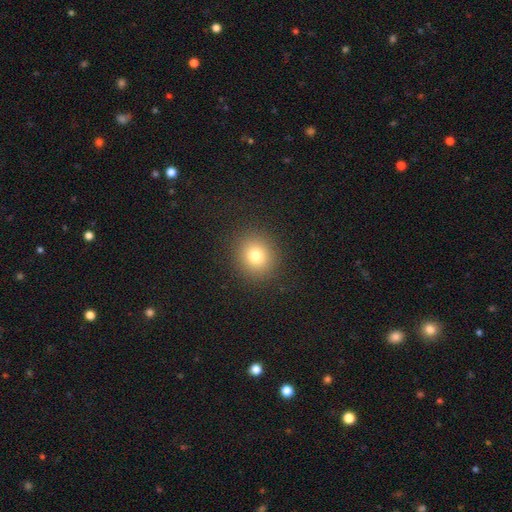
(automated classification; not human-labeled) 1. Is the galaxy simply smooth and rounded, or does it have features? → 77% smooth, 14% star or artifact, 9% featured or disk.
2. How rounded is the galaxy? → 81% round, 18% in between, 1% cigar-shaped.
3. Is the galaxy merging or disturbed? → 89% none, 6% minor disturbance, 3% major disturbance, 1% merger.